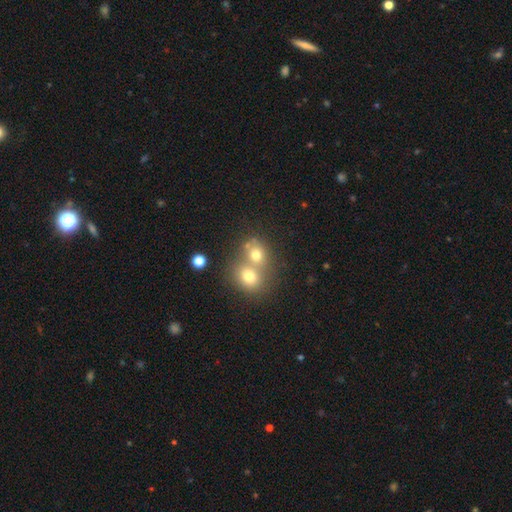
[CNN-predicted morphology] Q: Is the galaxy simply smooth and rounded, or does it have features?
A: smooth — 67%.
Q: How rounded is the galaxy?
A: round — 70%.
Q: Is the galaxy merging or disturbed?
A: merger — 61%.